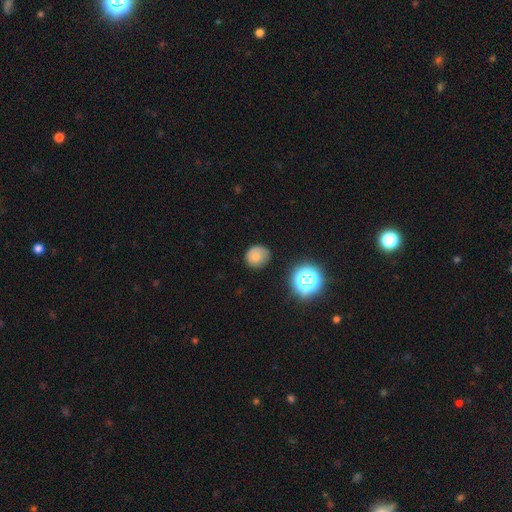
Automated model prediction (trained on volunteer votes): smooth_or_featured: smooth (p=0.75) [alt: star or artifact p=0.14]
how_rounded: round (p=0.81) [alt: in between p=0.18]
merging: none (p=0.72) [alt: minor disturbance p=0.20]